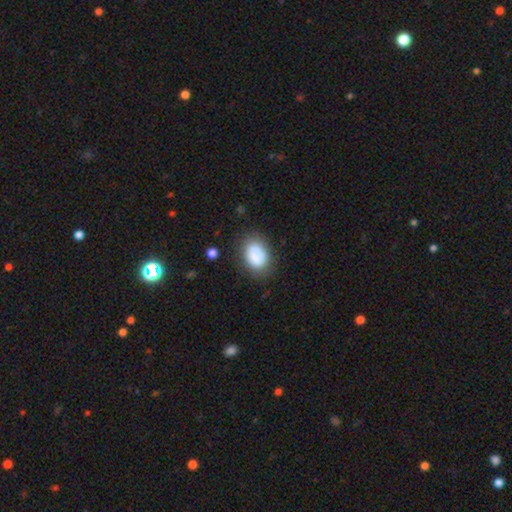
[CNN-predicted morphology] Smooth or featured: smooth — 76% (featured or disk — 15%)
How rounded: in between — 75% (round — 24%)
Merging: none — 68% (minor disturbance — 20%)